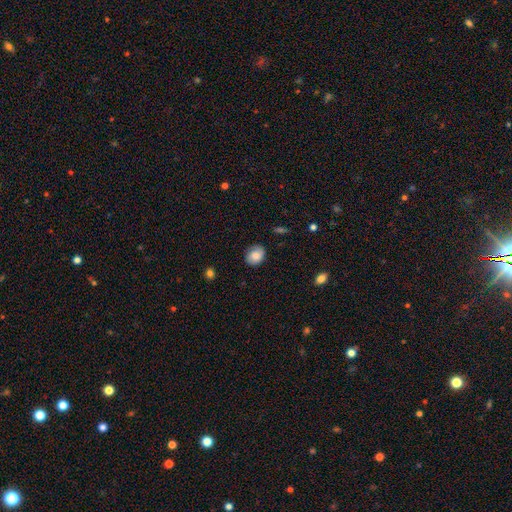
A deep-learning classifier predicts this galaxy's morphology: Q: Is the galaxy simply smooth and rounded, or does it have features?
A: smooth — 81%.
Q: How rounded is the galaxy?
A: round — 52%.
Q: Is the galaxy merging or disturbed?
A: none — 79%.